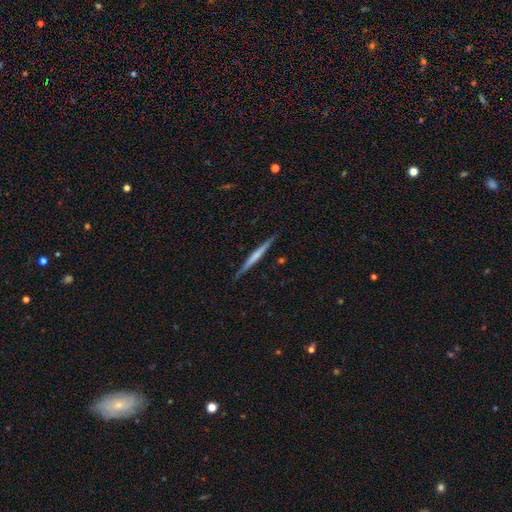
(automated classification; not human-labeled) Overall: featured or disk (55%; smooth 40%). Edge-on disk: yes (98%). Edge-on bulge: none (72%). Merging: none (90%).